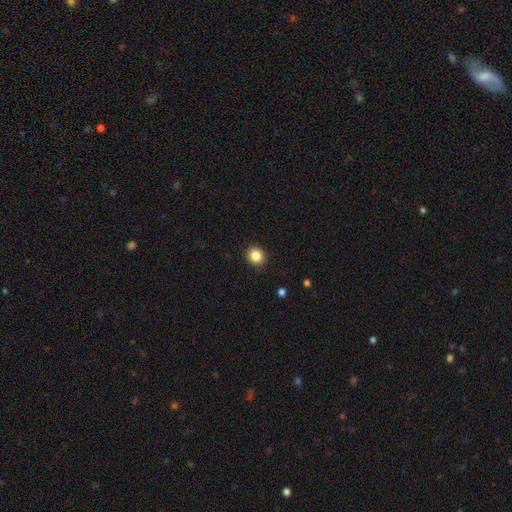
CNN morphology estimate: Smooth or featured? Predicted: smooth (p=0.85). How rounded? Predicted: round (p=0.84). Merging? Predicted: none (p=0.92).